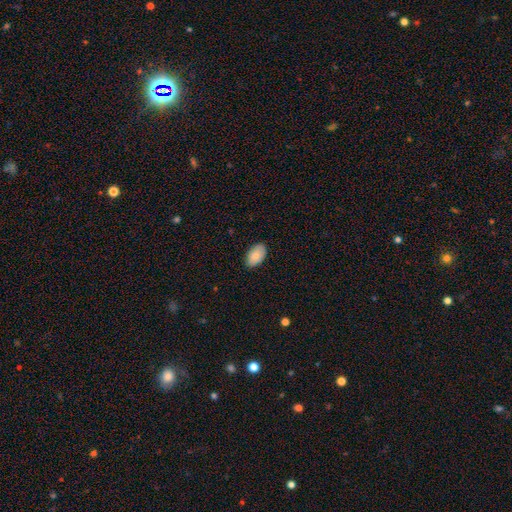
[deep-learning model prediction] Q: Smooth or featured?
A: smooth (88%); runner-up: featured or disk (6%)
Q: How rounded?
A: in between (95%); runner-up: round (4%)
Q: Merging?
A: none (86%); runner-up: minor disturbance (11%)